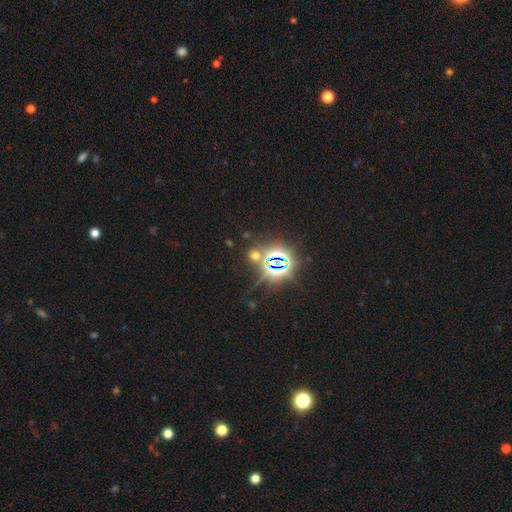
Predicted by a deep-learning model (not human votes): star or artifact 63%, smooth 30%, featured or disk 7%.